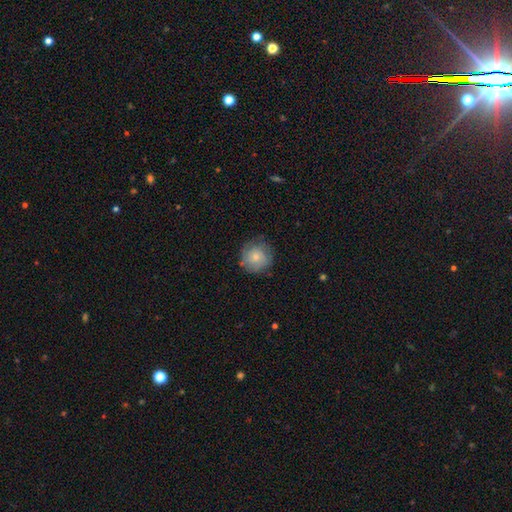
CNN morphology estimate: This is likely a smooth galaxy (72%). How rounded: clearly round (92%). Merging: likely none (73%).